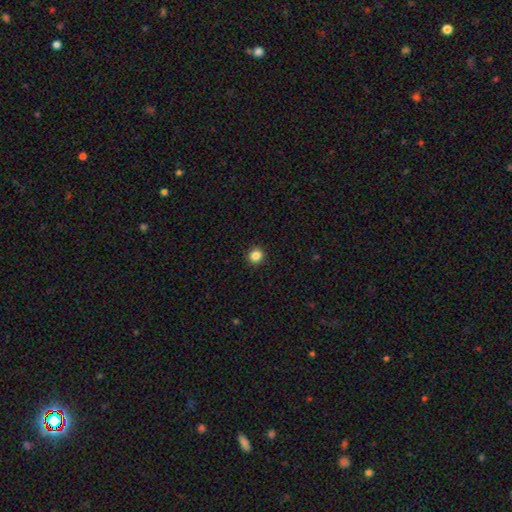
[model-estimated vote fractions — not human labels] smooth 85%, star or artifact 11%, featured or disk 4%. Down the decision tree: how rounded — round (91%); merging — none (93%).